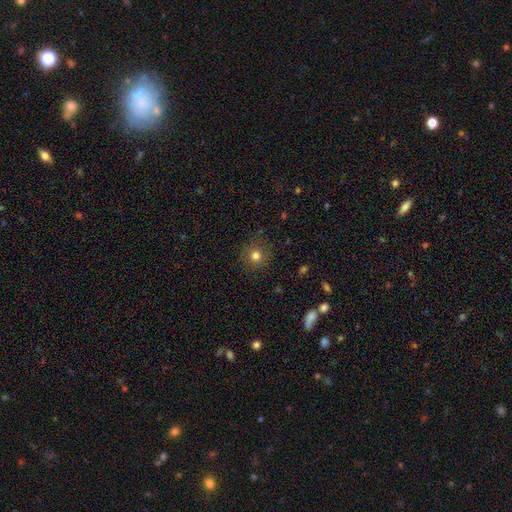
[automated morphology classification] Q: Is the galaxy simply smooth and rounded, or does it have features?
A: smooth — 77%.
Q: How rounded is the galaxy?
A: round — 93%.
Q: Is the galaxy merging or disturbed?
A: none — 87%.